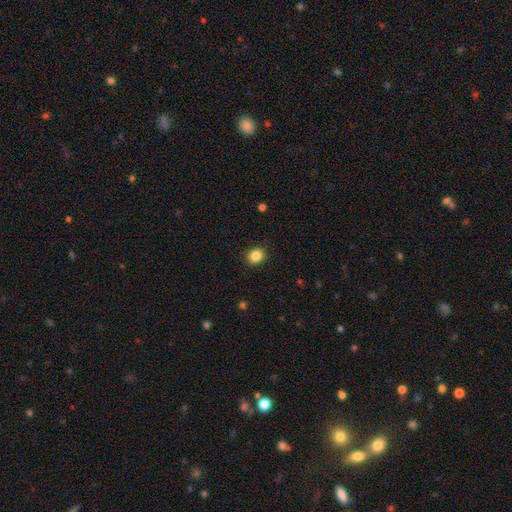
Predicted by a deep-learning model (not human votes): This is clearly a smooth galaxy (86%). How rounded: likely round (71%). Merging: clearly none (90%).